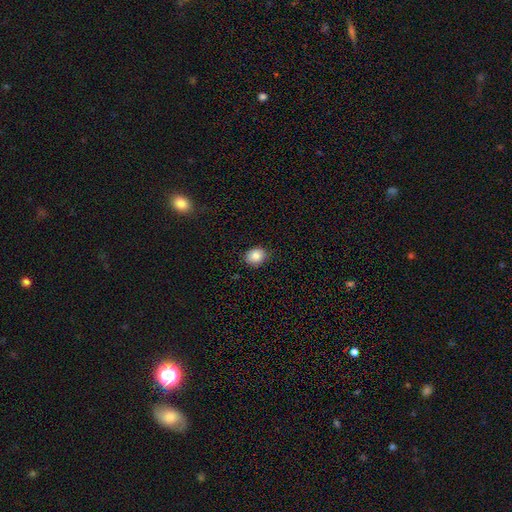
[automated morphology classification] smooth 84%, star or artifact 9%, featured or disk 7%. Down the decision tree: how rounded — round (58%); merging — none (87%).